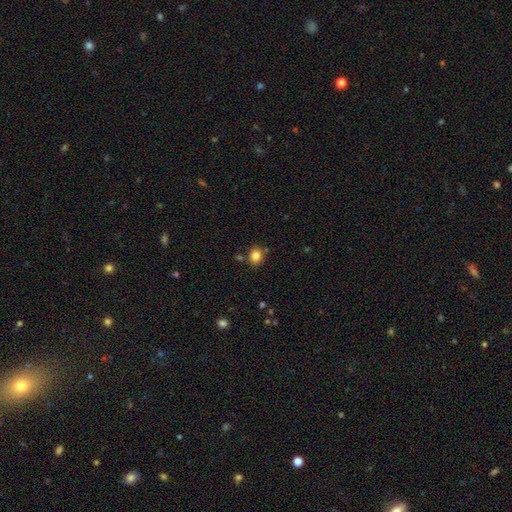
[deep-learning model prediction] Smooth or featured: smooth — 83% (star or artifact — 11%)
How rounded: round — 64% (in between — 35%)
Merging: none — 81% (minor disturbance — 11%)